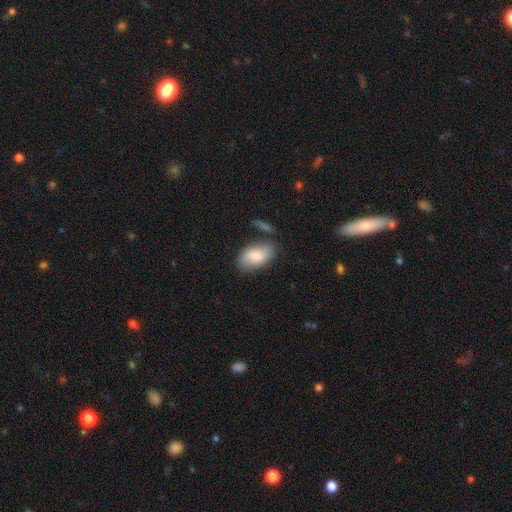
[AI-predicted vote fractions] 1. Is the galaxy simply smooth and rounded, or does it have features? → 78% smooth, 16% featured or disk, 6% star or artifact.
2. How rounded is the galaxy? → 93% in between, 4% round, 2% cigar-shaped.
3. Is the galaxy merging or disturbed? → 67% none, 20% minor disturbance, 7% merger, 6% major disturbance.